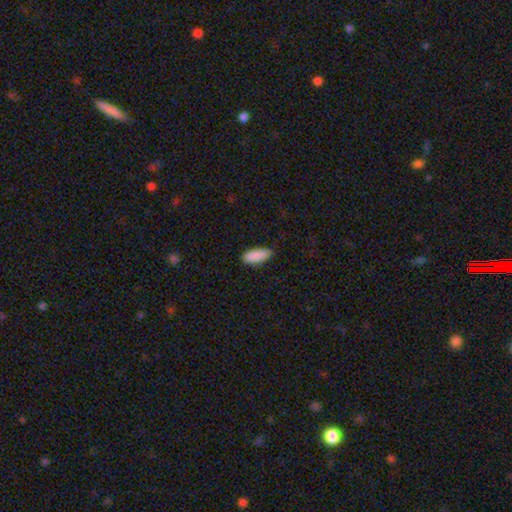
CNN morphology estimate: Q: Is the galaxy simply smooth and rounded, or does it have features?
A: smooth — 90%.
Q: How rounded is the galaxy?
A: in between — 81%.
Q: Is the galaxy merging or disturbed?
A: none — 80%.